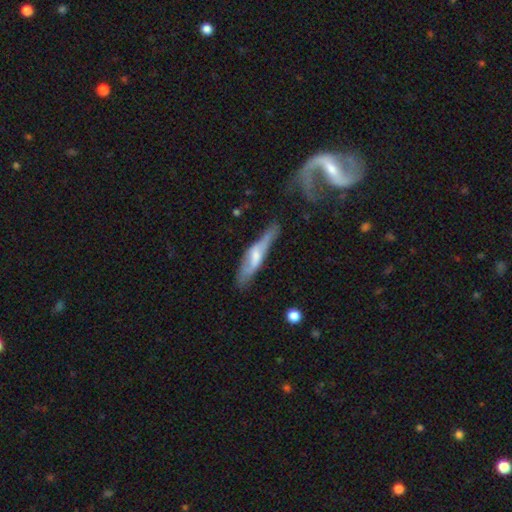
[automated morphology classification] Smooth or featured? featured or disk (57%)
Edge-on disk? yes (64%)
Merging? none (56%)